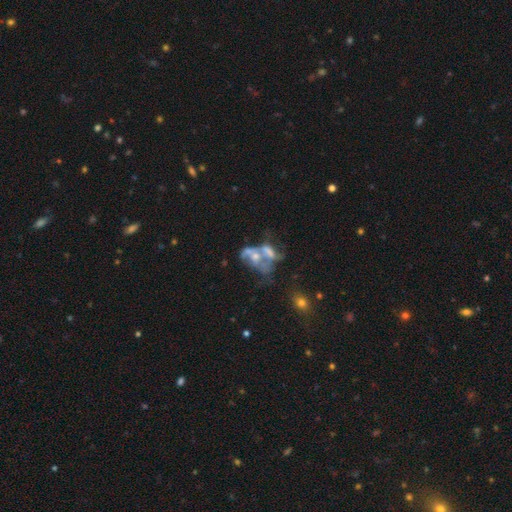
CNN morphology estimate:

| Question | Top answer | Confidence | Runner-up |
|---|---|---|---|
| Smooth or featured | featured or disk | 59% | smooth (27%) |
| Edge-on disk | no | 97% | yes (3%) |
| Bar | no | 85% | weak (12%) |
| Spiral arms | no | 79% | yes (21%) |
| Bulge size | moderate | 40% | none (28%) |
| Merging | merger | 56% | major disturbance (22%) |